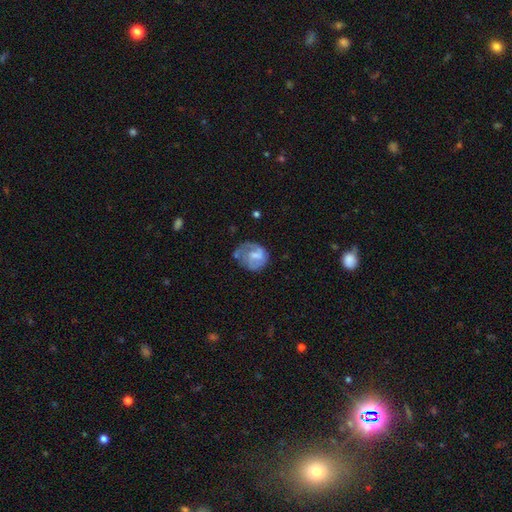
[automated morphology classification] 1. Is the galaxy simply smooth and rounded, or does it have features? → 49% featured or disk, 44% smooth, 8% star or artifact.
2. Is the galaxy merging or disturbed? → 43% none, 28% minor disturbance, 22% major disturbance, 7% merger.